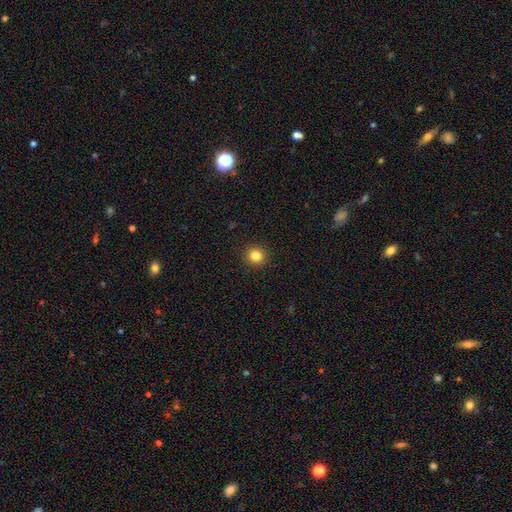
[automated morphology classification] This is clearly a smooth galaxy (84%). How rounded: clearly round (93%). Merging: clearly none (93%).